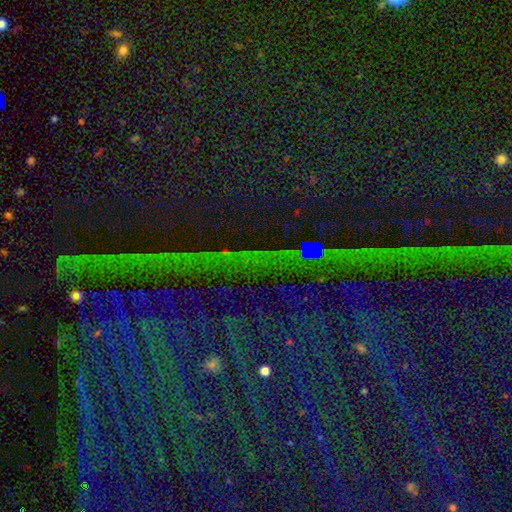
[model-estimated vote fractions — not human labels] Smooth or featured?
  - star or artifact: 84% *
  - smooth: 9%
  - featured or disk: 7%